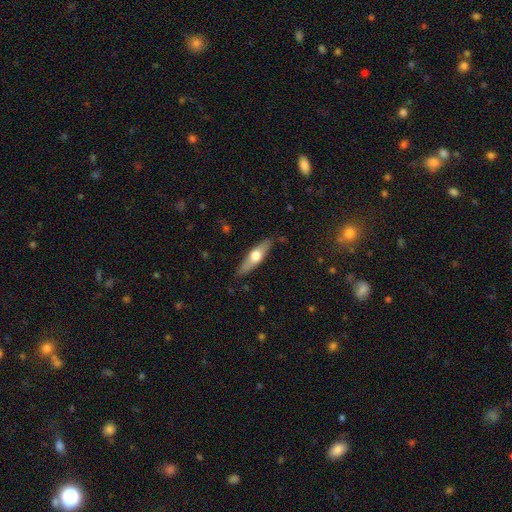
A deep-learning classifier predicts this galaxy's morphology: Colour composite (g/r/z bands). It shows a featured or disk galaxy (48%). Merging: none (85%).